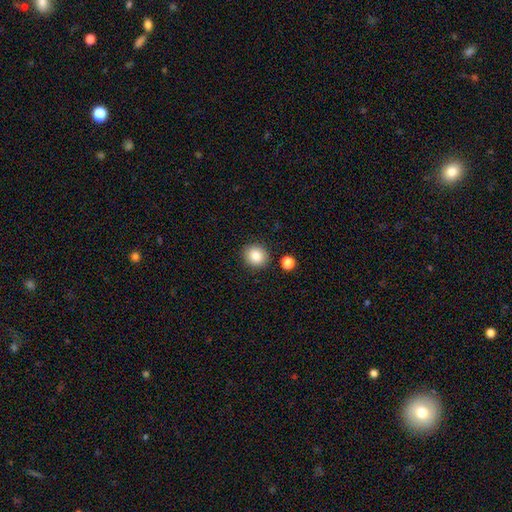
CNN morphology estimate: A smooth galaxy with no disk features (85%) that is round (84%).

Vote fractions:
- Smooth or featured? smooth: 85% / star or artifact: 9% / featured or disk: 5%
- How rounded? round: 84% / in between: 15% / cigar-shaped: 1%
- Merging? none: 88% / minor disturbance: 7% / merger: 3% / major disturbance: 2%